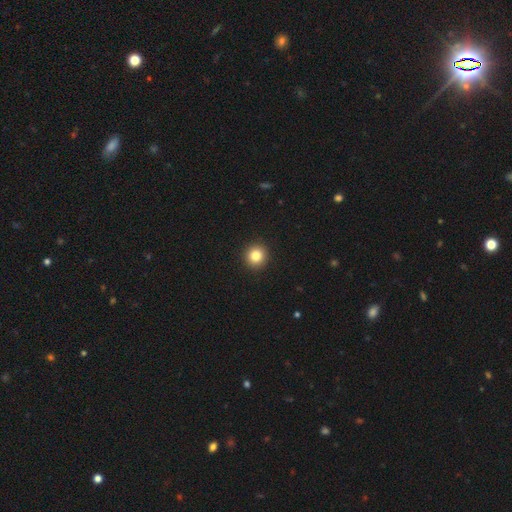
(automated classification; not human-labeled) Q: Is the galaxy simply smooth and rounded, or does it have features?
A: smooth — 83%.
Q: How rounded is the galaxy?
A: round — 92%.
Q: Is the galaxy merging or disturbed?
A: none — 93%.